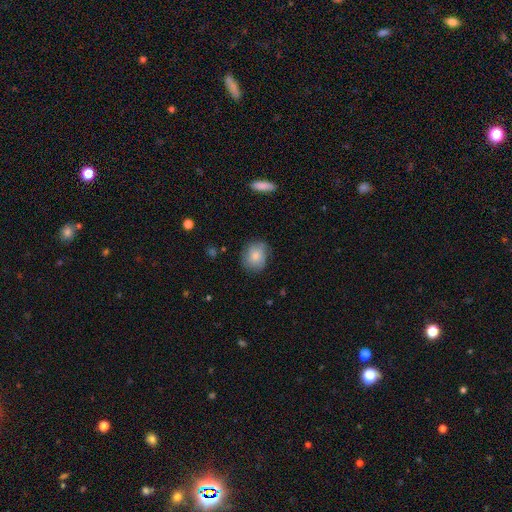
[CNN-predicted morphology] type=smooth (76%); roundness=round (68%); merging=none (70%).